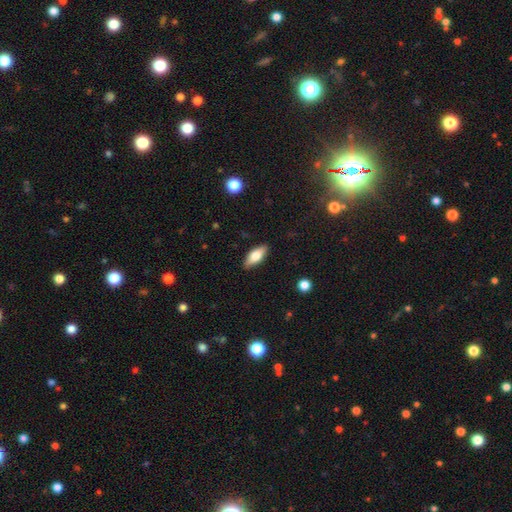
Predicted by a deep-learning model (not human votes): This appears to be a smooth galaxy with no disk features (71%) that is in between round and cigar-shaped (76%). Merging: none (88%).